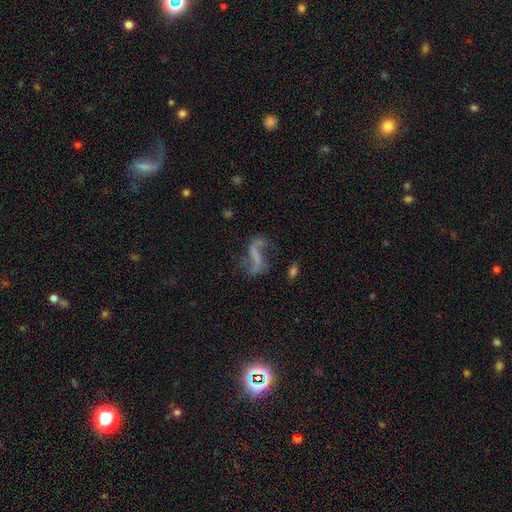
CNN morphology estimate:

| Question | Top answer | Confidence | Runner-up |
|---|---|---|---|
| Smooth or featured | featured or disk | 76% | smooth (13%) |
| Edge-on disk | no | 96% | yes (4%) |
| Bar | strong | 42% | weak (30%) |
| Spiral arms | yes | 85% | no (15%) |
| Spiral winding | loose | 85% | medium (11%) |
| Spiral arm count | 2 | 87% | 1 (8%) |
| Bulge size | none | 73% | small (17%) |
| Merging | none | 56% | major disturbance (21%) |